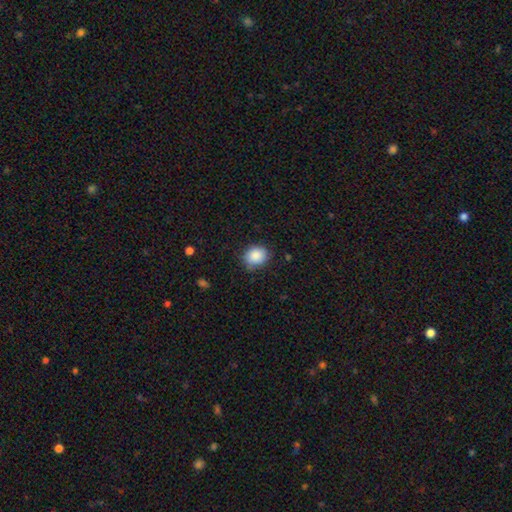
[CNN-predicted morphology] smooth_or_featured: smooth (p=0.87) [alt: star or artifact p=0.08]
how_rounded: round (p=0.63) [alt: in between p=0.36]
merging: none (p=0.78) [alt: minor disturbance p=0.17]